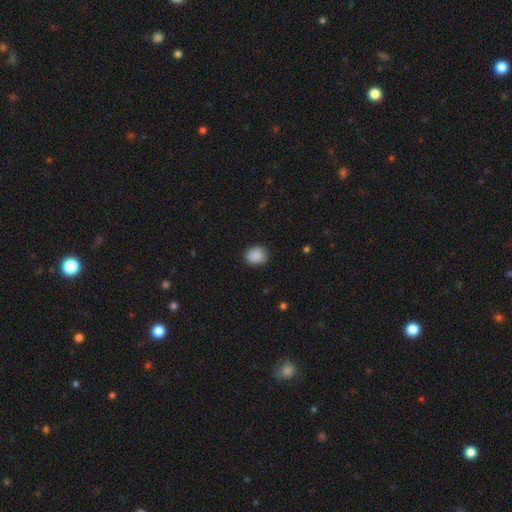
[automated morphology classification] Overall: smooth (89%). How rounded: round (66%; in between 33%). Merging: none (83%).